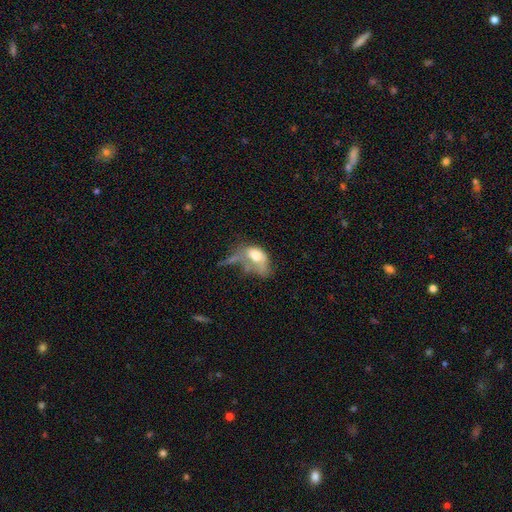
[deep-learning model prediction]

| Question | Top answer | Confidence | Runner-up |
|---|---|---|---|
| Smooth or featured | smooth | 63% | featured or disk (29%) |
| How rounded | in between | 86% | round (10%) |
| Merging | major disturbance | 41% | merger (27%) |